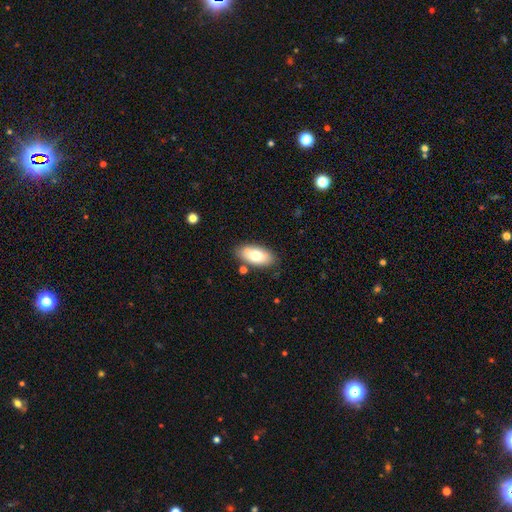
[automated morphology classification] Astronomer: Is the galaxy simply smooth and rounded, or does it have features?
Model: smooth — 72%.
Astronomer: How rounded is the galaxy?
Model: in between — 91%.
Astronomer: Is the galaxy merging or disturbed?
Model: none — 78%.